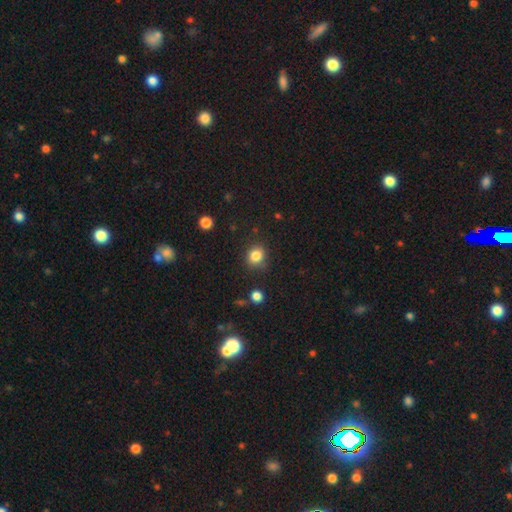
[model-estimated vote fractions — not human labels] This is clearly a smooth galaxy (84%). How rounded: likely round (77%). Merging: clearly none (83%).